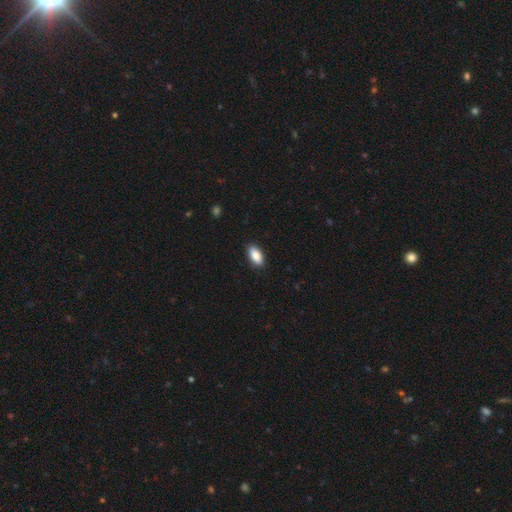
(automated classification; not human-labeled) This appears to be a smooth galaxy with no disk features (86%) that is in between round and cigar-shaped (91%). Merging: none (89%).